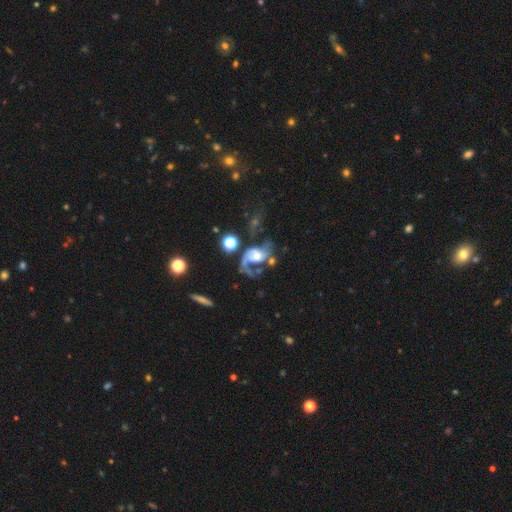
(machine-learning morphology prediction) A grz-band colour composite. It shows a featured or disk galaxy (77%) with no bar (63%), 1 (48%) loose (54%) spiral arms (89%) and a moderate central bulge (36%). Merging: major disturbance (42%).